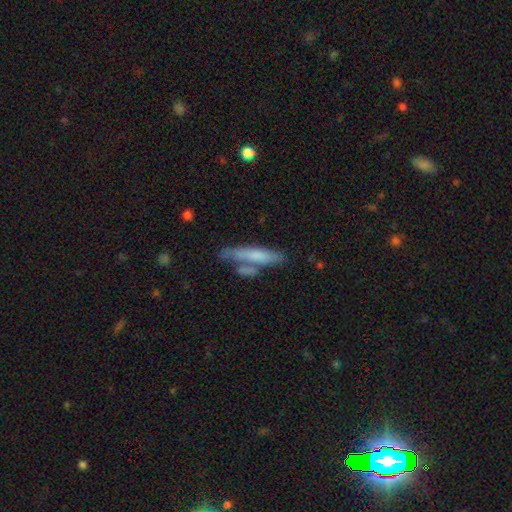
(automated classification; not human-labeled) Q: Smooth or featured?
A: smooth (66%); runner-up: featured or disk (28%)
Q: How rounded?
A: cigar-shaped (79%); runner-up: in between (19%)
Q: Merging?
A: none (52%); runner-up: merger (26%)